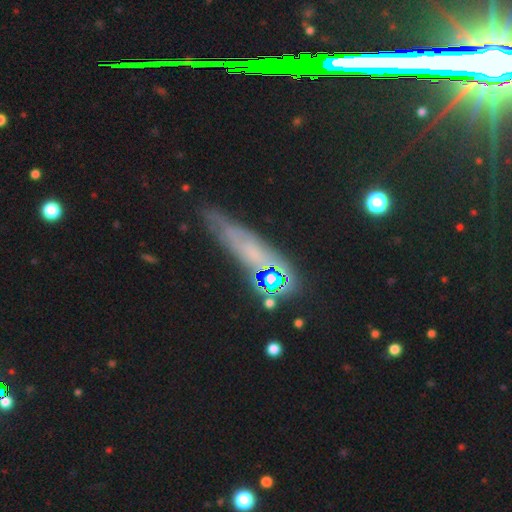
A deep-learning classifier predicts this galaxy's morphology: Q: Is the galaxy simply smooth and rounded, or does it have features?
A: star or artifact — 35%.